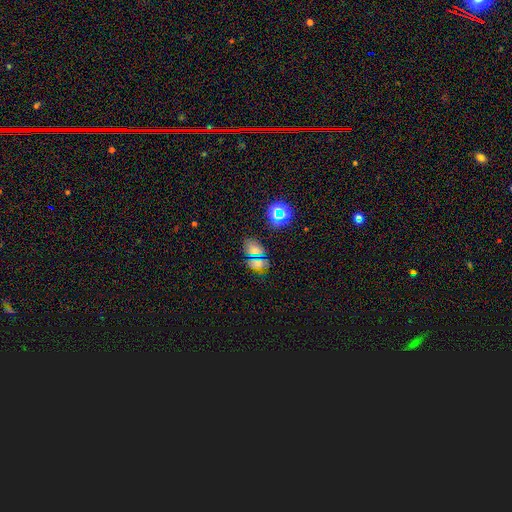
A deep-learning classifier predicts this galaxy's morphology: This is marginally a star or artifact rather than a galaxy (44%).